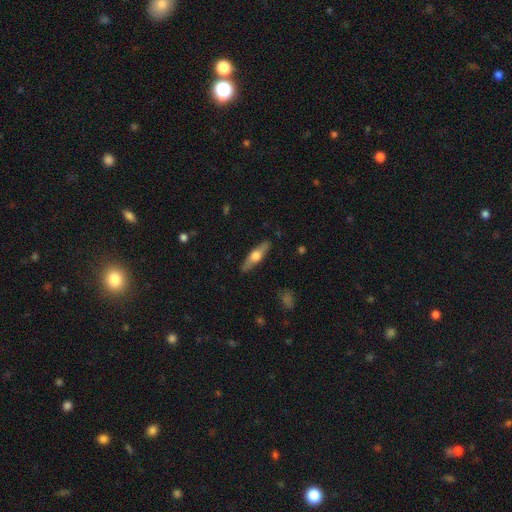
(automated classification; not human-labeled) This appears to be a featured or disk galaxy (53%) viewed edge-on (91%). Merging: none (88%).